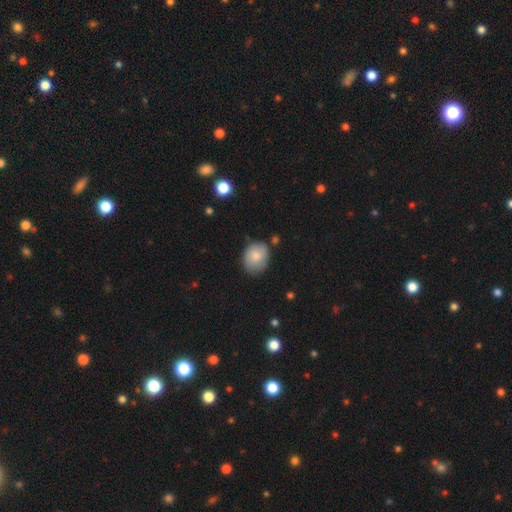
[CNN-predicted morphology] A smooth galaxy with no disk features (80%) that is round (50%).

Vote fractions:
- Smooth or featured? smooth: 80% / featured or disk: 13% / star or artifact: 7%
- How rounded? round: 50% / in between: 49% / cigar-shaped: 1%
- Merging? none: 68% / minor disturbance: 24% / major disturbance: 4% / merger: 3%